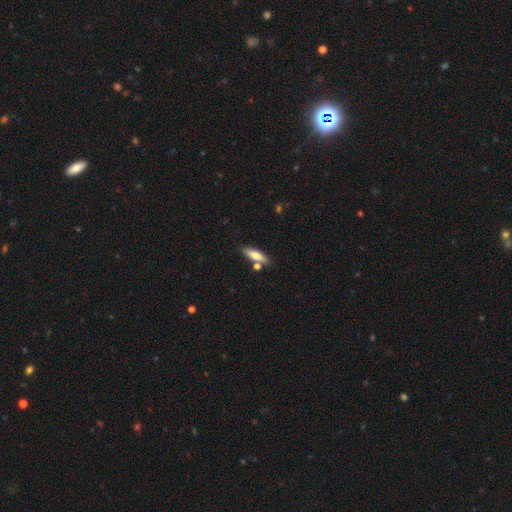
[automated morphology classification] Smooth or featured?
  - smooth: 71% *
  - featured or disk: 23%
  - star or artifact: 7%
How rounded?
  - cigar-shaped: 57% *
  - in between: 40%
  - round: 2%
Merging?
  - none: 71% *
  - merger: 13%
  - minor disturbance: 13%
  - major disturbance: 3%